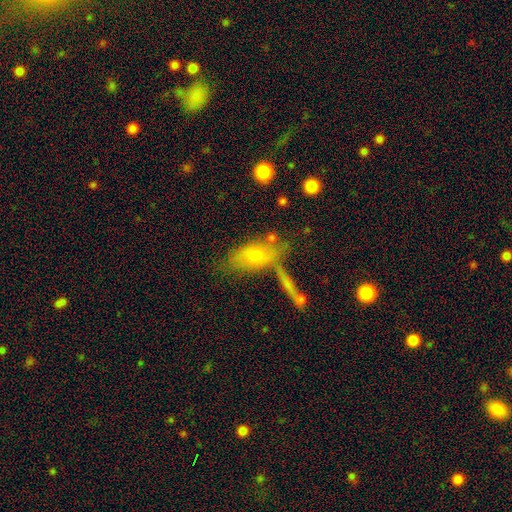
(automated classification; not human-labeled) Q: Smooth or featured?
A: smooth (65%); runner-up: featured or disk (26%)
Q: How rounded?
A: in between (81%); runner-up: cigar-shaped (12%)
Q: Merging?
A: none (53%); runner-up: merger (20%)